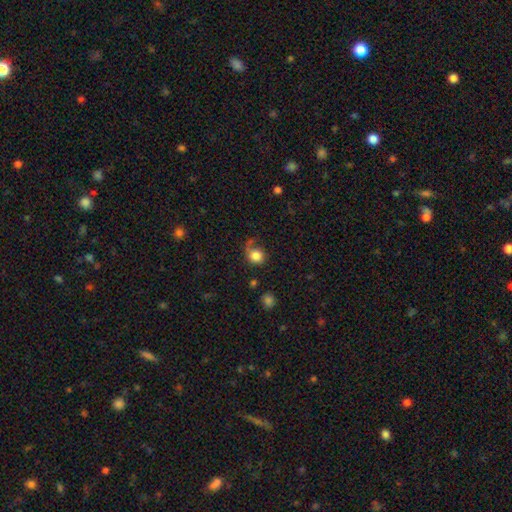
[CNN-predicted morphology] type=smooth (82%); roundness=round (80%); merging=none (54%).